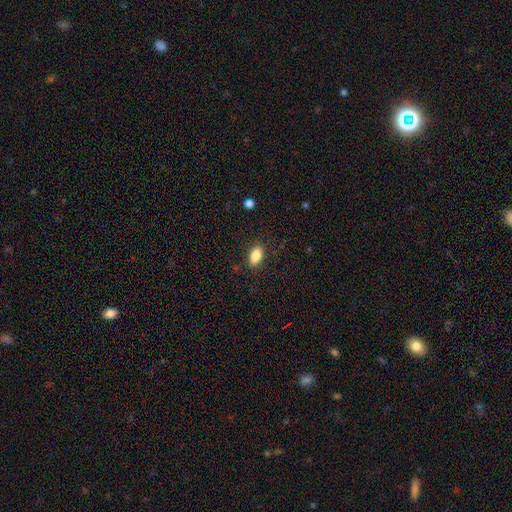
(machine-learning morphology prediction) The model was most divided on "merging": none: 86%, minor disturbance: 10%, major disturbance: 3%, merger: 1%. More confident: how rounded — in between (89%); smooth or featured — smooth (85%).